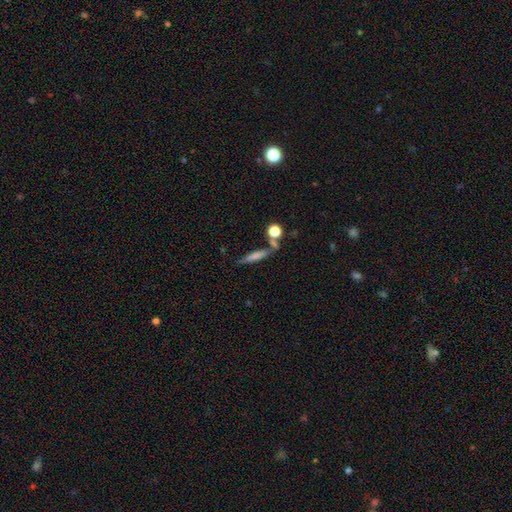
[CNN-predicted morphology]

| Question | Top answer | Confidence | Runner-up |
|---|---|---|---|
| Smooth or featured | smooth | 52% | featured or disk (35%) |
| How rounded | cigar-shaped | 82% | in between (12%) |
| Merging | none | 73% | minor disturbance (12%) |